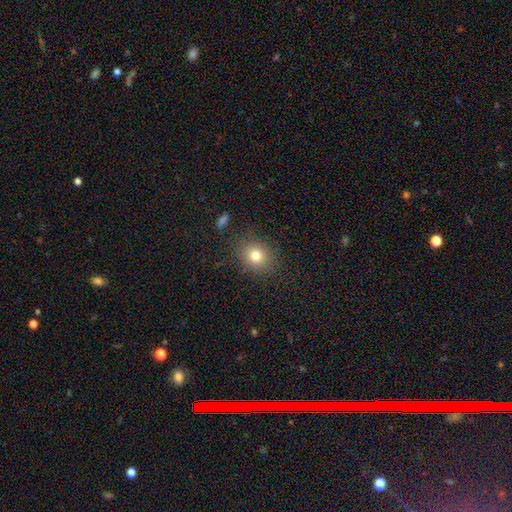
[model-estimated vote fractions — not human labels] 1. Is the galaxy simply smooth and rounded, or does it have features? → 78% smooth, 12% star or artifact, 9% featured or disk.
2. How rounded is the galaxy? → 66% round, 33% in between, 1% cigar-shaped.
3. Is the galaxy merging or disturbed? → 85% none, 10% minor disturbance, 4% major disturbance, 1% merger.